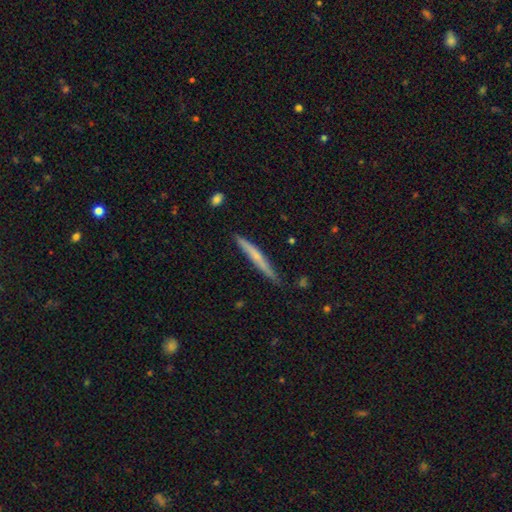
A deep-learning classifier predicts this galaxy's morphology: Smooth or featured? smooth (51%)
How rounded? cigar-shaped (96%)
Merging? none (85%)